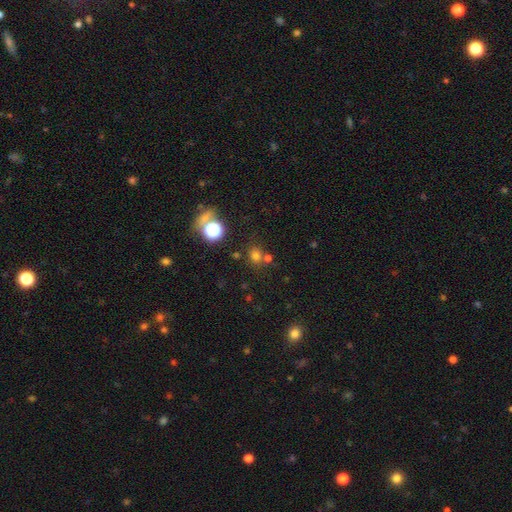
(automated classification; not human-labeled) smooth 64%, star or artifact 28%, featured or disk 8%. Down the decision tree: how rounded — round (75%); merging — none (67%).